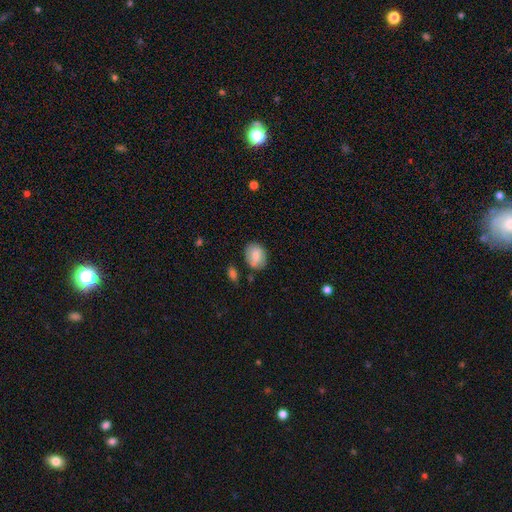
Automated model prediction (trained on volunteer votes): Smooth or featured? Predicted: smooth (p=0.76). How rounded? Predicted: in between (p=0.62). Merging? Predicted: none (p=0.72).